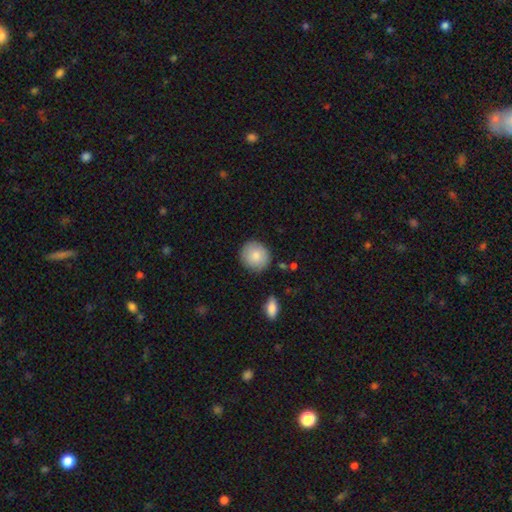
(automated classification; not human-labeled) A smooth galaxy with no disk features (85%) that is round (89%).

Vote fractions:
- Smooth or featured? smooth: 85% / featured or disk: 8% / star or artifact: 6%
- How rounded? round: 89% / in between: 10% / cigar-shaped: 1%
- Merging? none: 85% / minor disturbance: 10% / merger: 2% / major disturbance: 2%